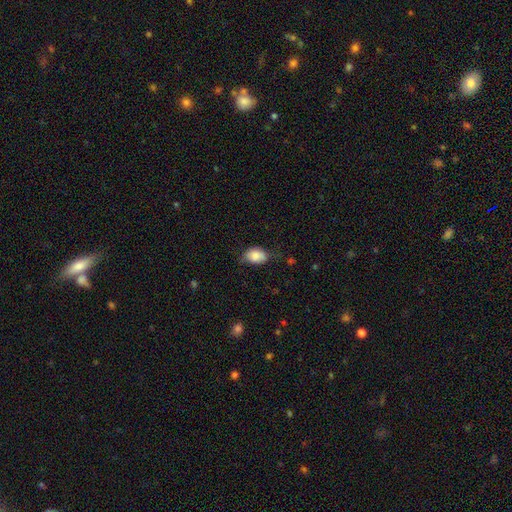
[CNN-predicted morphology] Smooth or featured? Predicted: smooth (p=0.85). How rounded? Predicted: in between (p=0.81). Merging? Predicted: none (p=0.58).